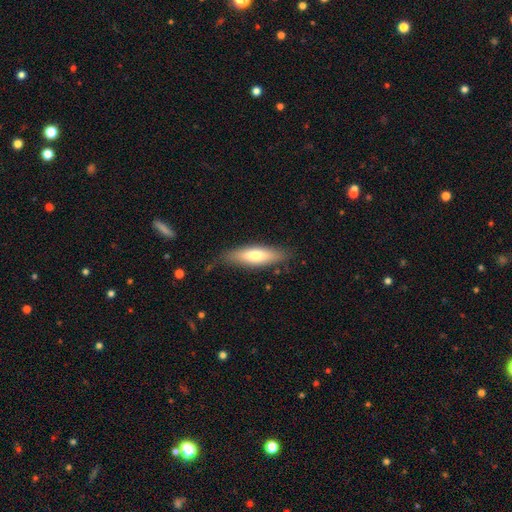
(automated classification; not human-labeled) Overall: smooth (68%). How rounded: cigar-shaped (56%; in between 42%). Merging: none (78%).